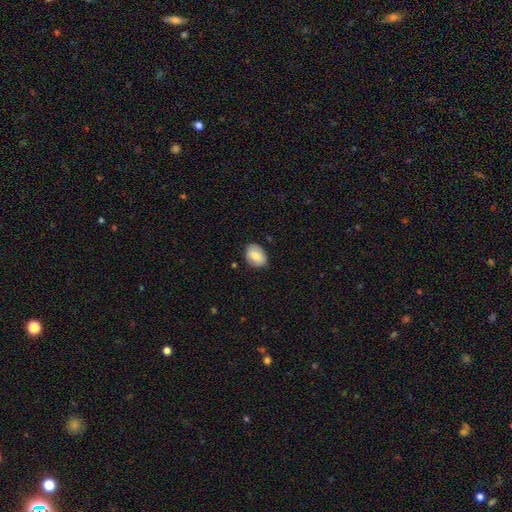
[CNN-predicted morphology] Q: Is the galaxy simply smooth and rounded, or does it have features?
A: smooth — 80%.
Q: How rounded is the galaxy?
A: in between — 73%.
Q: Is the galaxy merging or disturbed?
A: none — 82%.